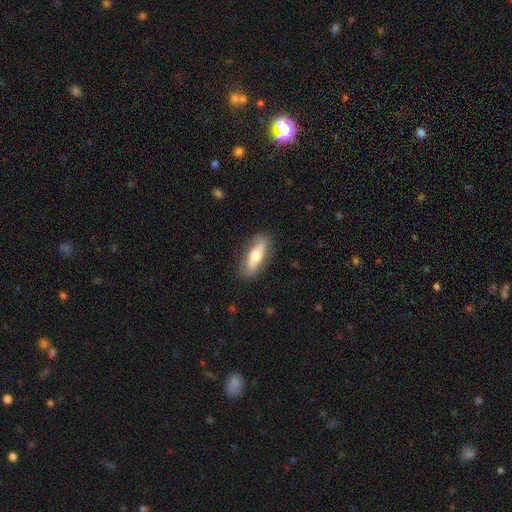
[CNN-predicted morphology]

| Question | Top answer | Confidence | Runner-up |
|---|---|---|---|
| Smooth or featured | smooth | 55% | featured or disk (39%) |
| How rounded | in between | 63% | cigar-shaped (34%) |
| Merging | none | 82% | minor disturbance (13%) |